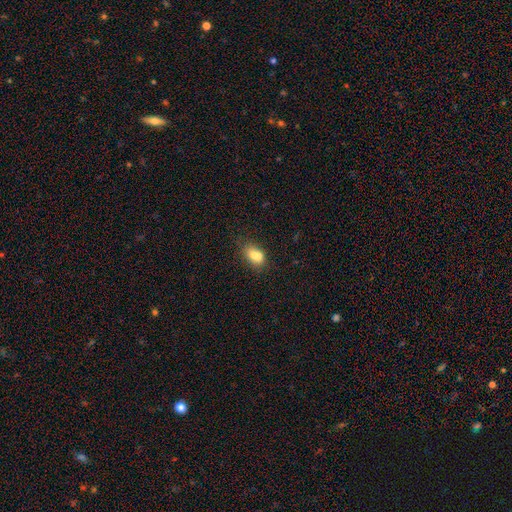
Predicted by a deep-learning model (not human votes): smooth 75%, featured or disk 14%, star or artifact 11%. Down the decision tree: how rounded — in between (76%); merging — none (41%).